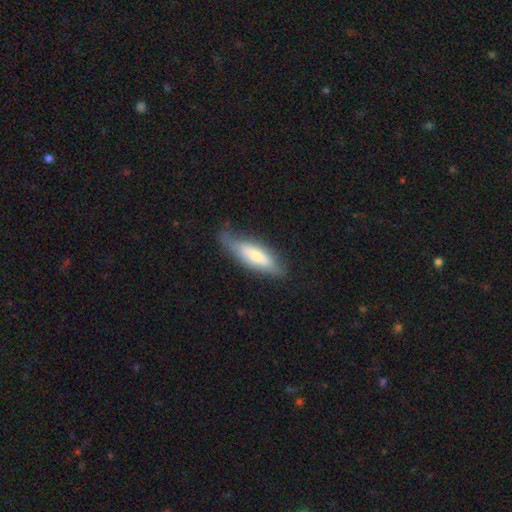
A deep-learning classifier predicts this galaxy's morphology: Smooth or featured? Predicted: smooth (p=0.53). How rounded? Predicted: cigar-shaped (p=0.59). Merging? Predicted: none (p=0.62).